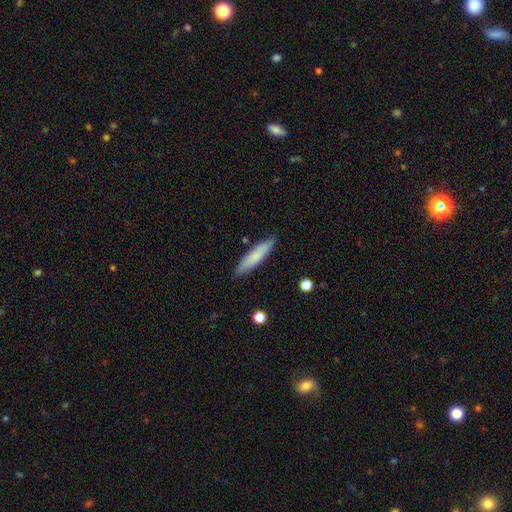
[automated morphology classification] smooth 77%, featured or disk 17%, star or artifact 6%. Down the decision tree: how rounded — cigar-shaped (83%); merging — none (87%).